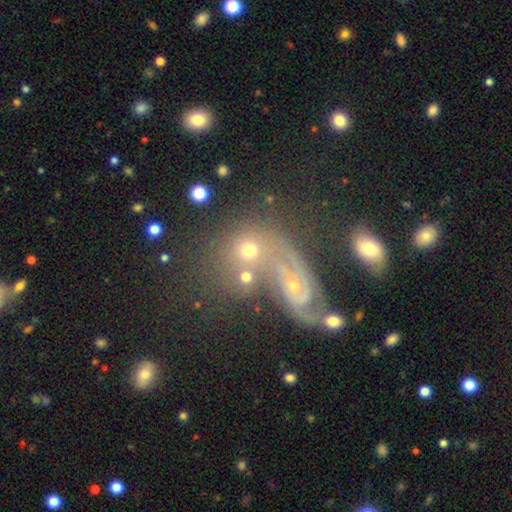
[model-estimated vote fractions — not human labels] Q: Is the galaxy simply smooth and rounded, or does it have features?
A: featured or disk — 44%.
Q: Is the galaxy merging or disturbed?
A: merger — 40%.